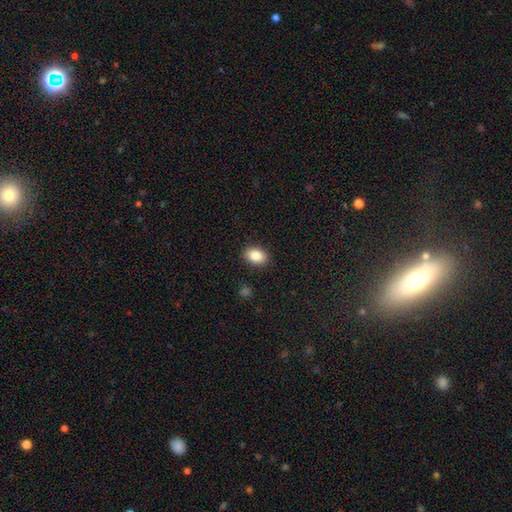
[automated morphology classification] Overall: smooth (86%). How rounded: in between (81%). Merging: none (88%).